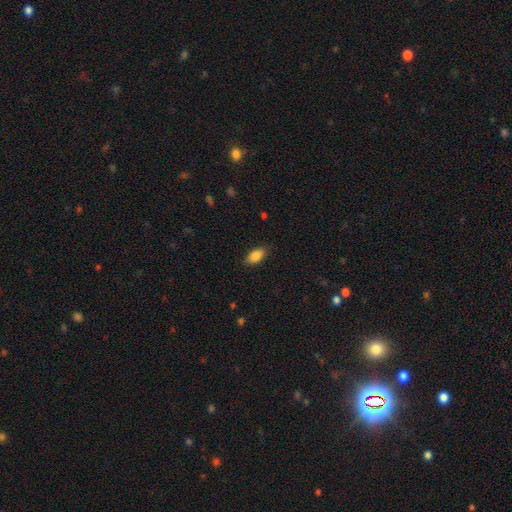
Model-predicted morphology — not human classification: Smooth or featured? smooth (86%)
How rounded? in between (90%)
Merging? none (84%)